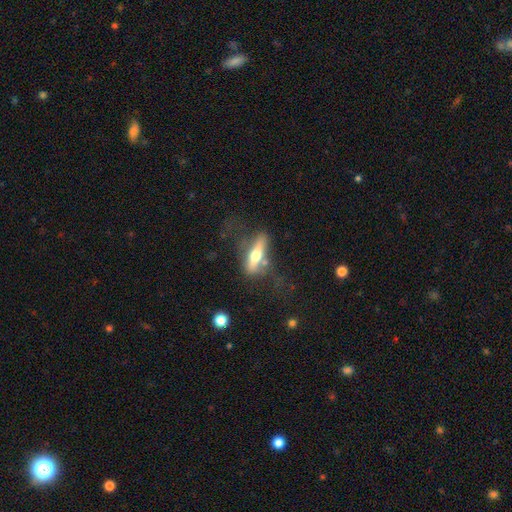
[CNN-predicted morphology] This appears to be a featured or disk galaxy (52%) viewed edge-on (77%). Merging: none (52%).